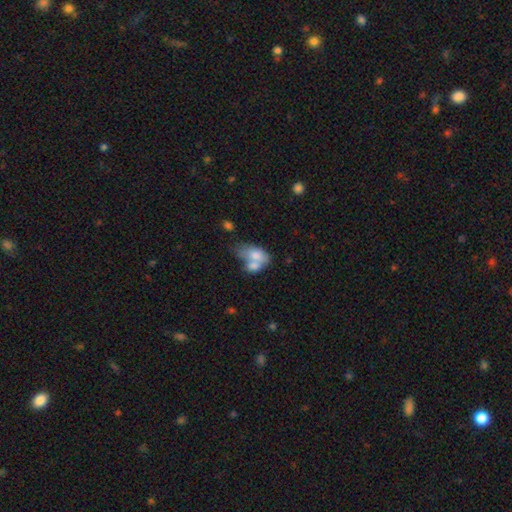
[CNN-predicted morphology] A smooth galaxy with no disk features (70%) that is in between round and cigar-shaped (85%).

Vote fractions:
- Smooth or featured? smooth: 70% / featured or disk: 22% / star or artifact: 8%
- How rounded? in between: 85% / round: 13% / cigar-shaped: 2%
- Merging? merger: 66% / none: 16% / minor disturbance: 10% / major disturbance: 9%